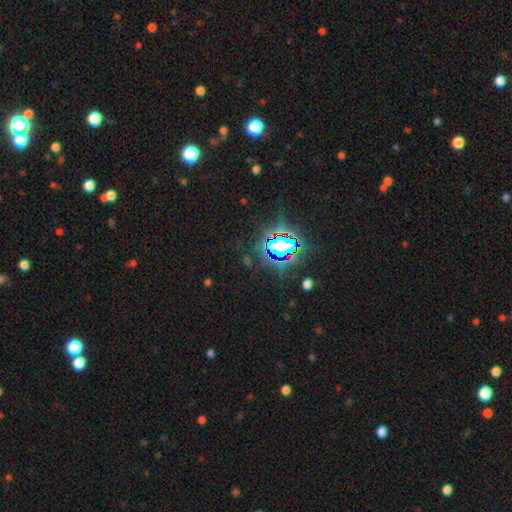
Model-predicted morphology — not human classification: This appears to be a star or artifact, not a galaxy (83%).